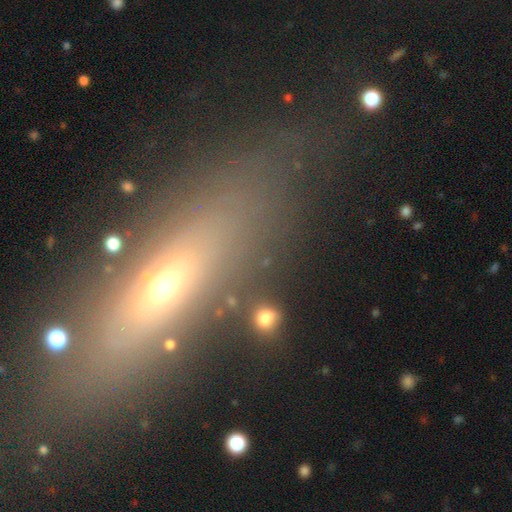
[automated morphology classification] type=smooth (43%); merging=none (78%).